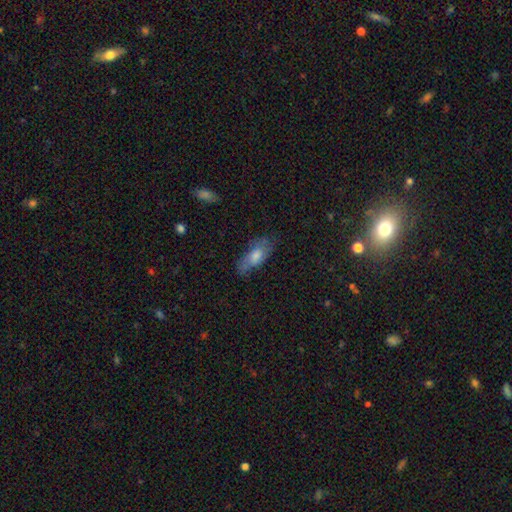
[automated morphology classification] type=smooth (57%); roundness=in between (74%); merging=none (68%).